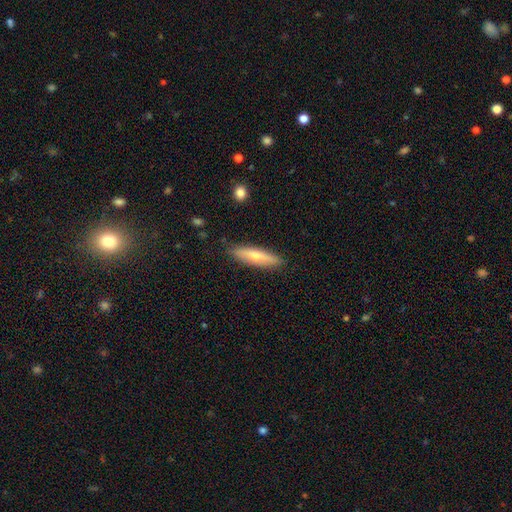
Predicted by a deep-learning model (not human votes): This is possibly a smooth galaxy (57%). How rounded: likely cigar-shaped (75%). Merging: clearly none (88%).